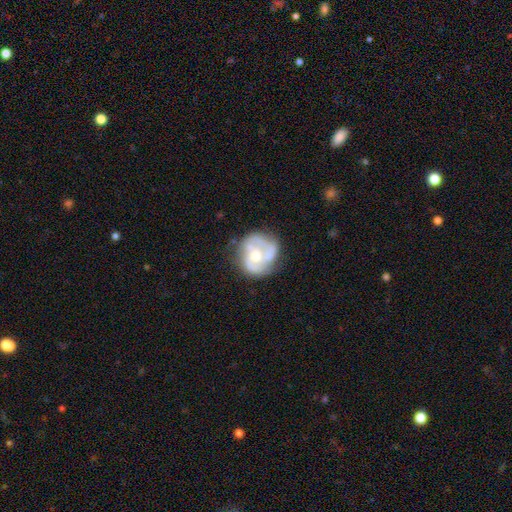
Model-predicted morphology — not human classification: Overall: featured or disk (75%). Edge-on disk: no (98%). Bar: no (65%; weak 28%). Spiral arms: yes (80%). Spiral arm count: 2 (51%; 3 19%). Spiral winding: medium (46%; tight 35%). Bulge size: moderate (64%). Merging: none (55%; minor disturbance 24%).